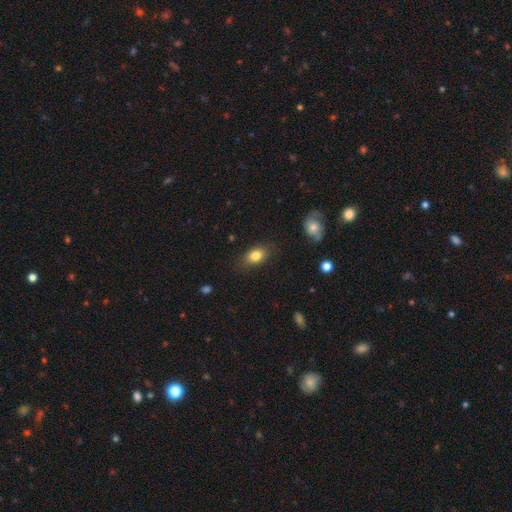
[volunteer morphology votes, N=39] This appears to be a smooth galaxy with no disk features (85%) that is in between round and cigar-shaped (88%). Merging: none (81%).